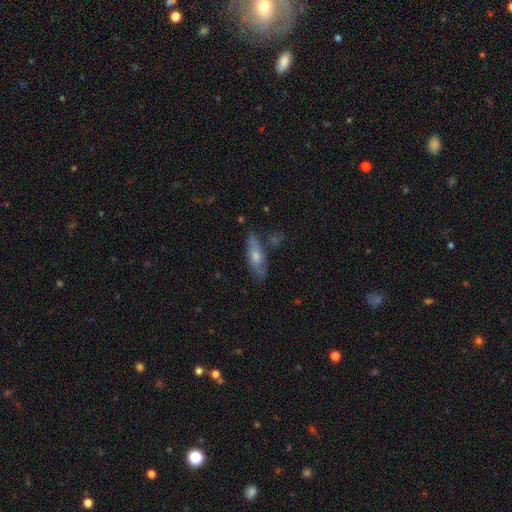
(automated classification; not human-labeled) Morphology: type=featured or disk (48%); merging=none (76%).